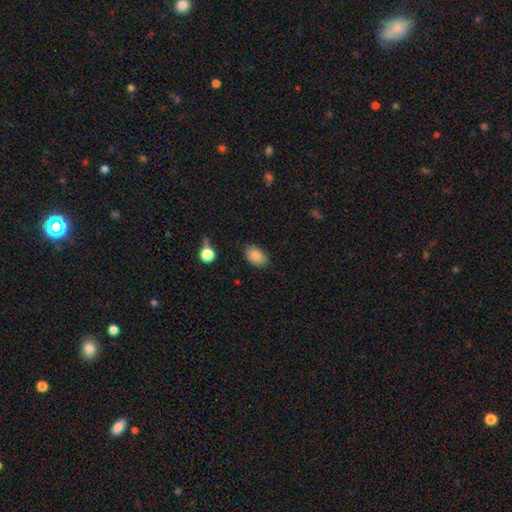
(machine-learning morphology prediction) Smooth or featured? smooth (84%)
How rounded? in between (87%)
Merging? none (77%)